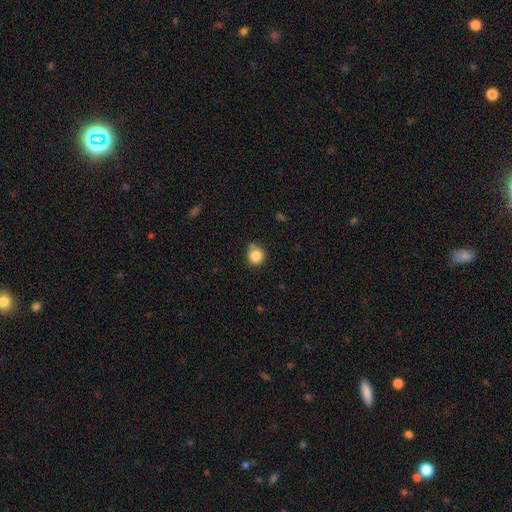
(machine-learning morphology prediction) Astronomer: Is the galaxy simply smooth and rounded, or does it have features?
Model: smooth — 84%.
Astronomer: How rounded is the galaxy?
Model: round — 91%.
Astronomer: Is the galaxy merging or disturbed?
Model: none — 70%.